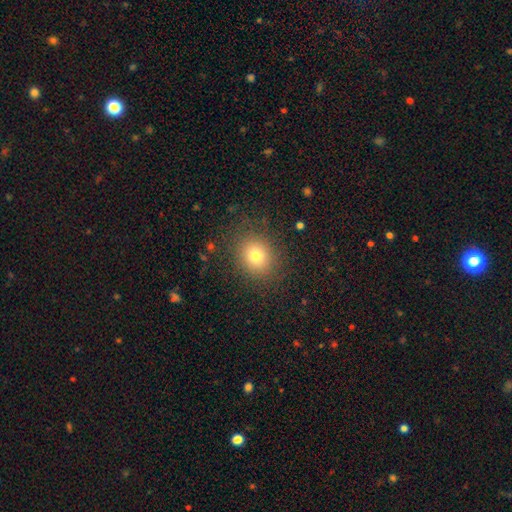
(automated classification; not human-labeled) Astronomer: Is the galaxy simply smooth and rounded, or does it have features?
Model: smooth — 77%.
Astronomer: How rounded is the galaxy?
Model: round — 72%.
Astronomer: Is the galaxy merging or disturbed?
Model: none — 85%.